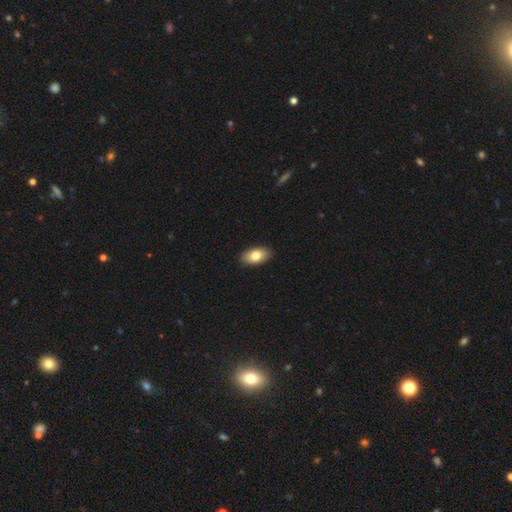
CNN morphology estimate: Overall: smooth (79%). How rounded: in between (92%). Merging: none (90%).